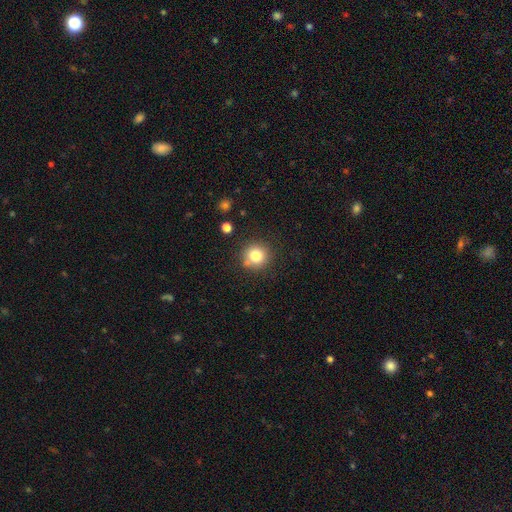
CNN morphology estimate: Overall: smooth (80%). How rounded: round (93%). Merging: none (80%).